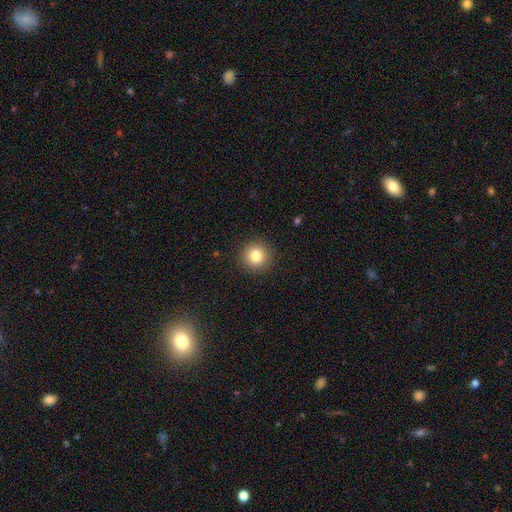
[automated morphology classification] This appears to be a smooth galaxy with no disk features (81%) that is round (95%). Merging: none (92%).